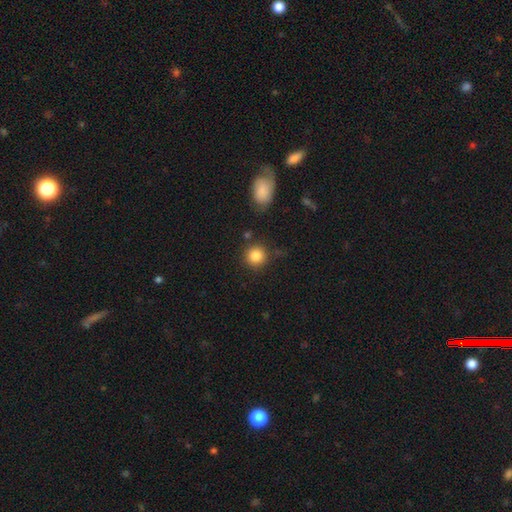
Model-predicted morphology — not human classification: A smooth galaxy with no disk features (86%) that is round (91%). Merging: none (82%).